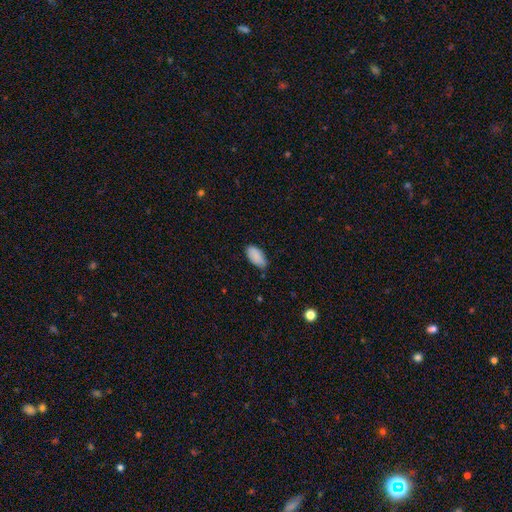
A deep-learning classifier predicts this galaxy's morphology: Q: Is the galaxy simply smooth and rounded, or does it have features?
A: smooth — 87%.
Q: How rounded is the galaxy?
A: in between — 93%.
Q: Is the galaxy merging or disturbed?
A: none — 70%.